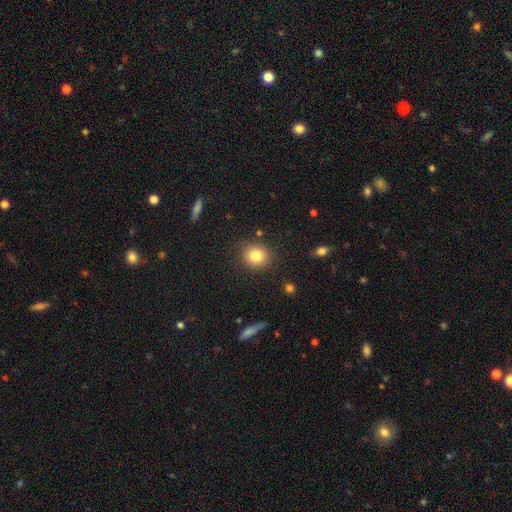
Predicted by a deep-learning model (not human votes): smooth-or-featured: smooth: 82% | star or artifact: 11% | featured or disk: 7%
  how-rounded: round: 83% | in between: 16% | cigar-shaped: 1%
  merging: none: 88% | minor disturbance: 8% | major disturbance: 3% | merger: 2%